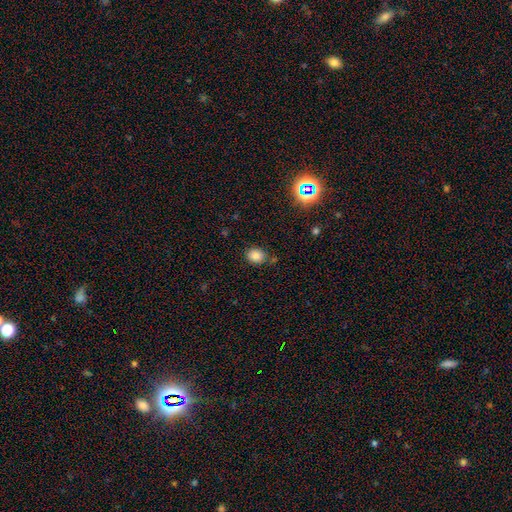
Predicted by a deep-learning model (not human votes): This appears to be a smooth galaxy with no disk features (82%) that is round (51%). Merging: none (76%).